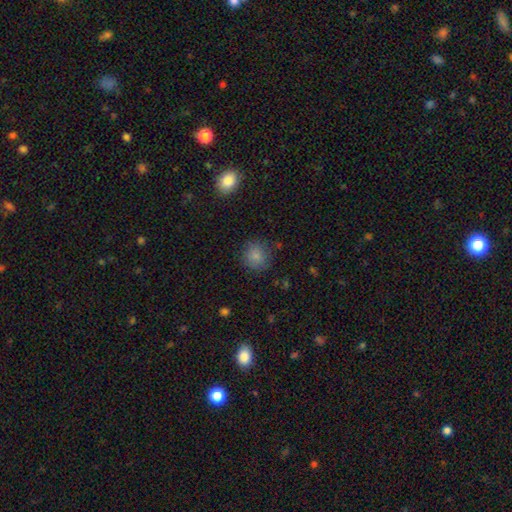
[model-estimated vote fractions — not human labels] Smooth or featured? smooth (82%)
How rounded? round (87%)
Merging? none (80%)